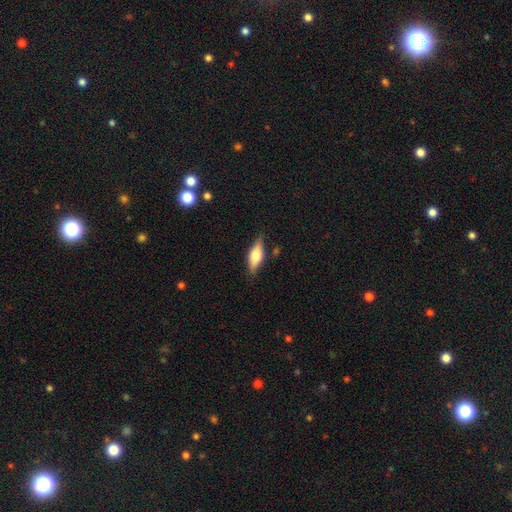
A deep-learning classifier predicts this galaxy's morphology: Smooth or featured? smooth (55%)
How rounded? in between (64%)
Merging? none (80%)